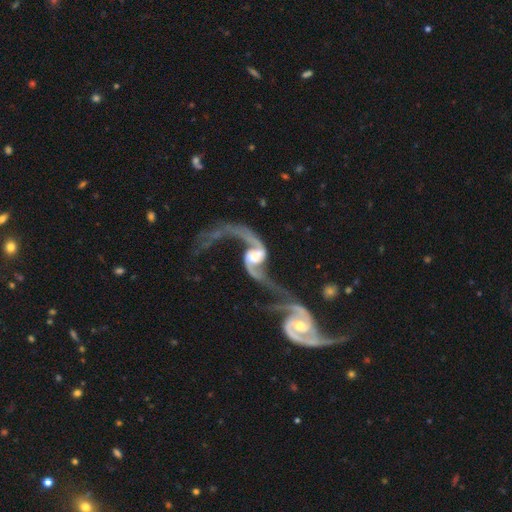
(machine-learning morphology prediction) Smooth or featured: featured or disk — 91% (star or artifact — 4%)
Edge-on disk: no — 97% (yes — 3%)
Bar: weak — 38% (no — 34%)
Spiral arms: yes — 97% (no — 3%)
Spiral winding: loose — 87% (medium — 10%)
Spiral arm count: 2 — 94% (1 — 2%)
Bulge size: moderate — 31% (large — 30%)
Merging: merger — 37% (none — 32%)